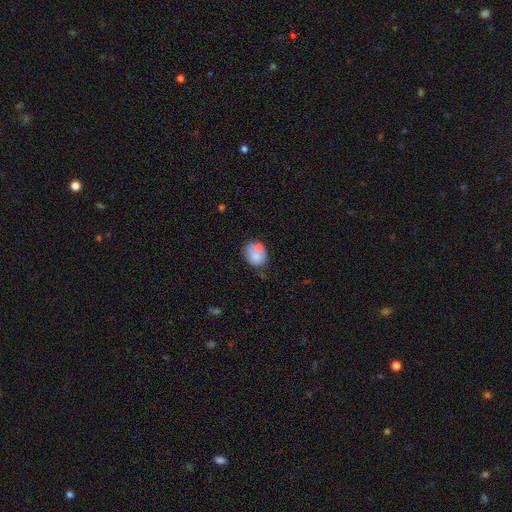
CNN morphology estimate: type=smooth (70%); roundness=round (50%); merging=none (49%).